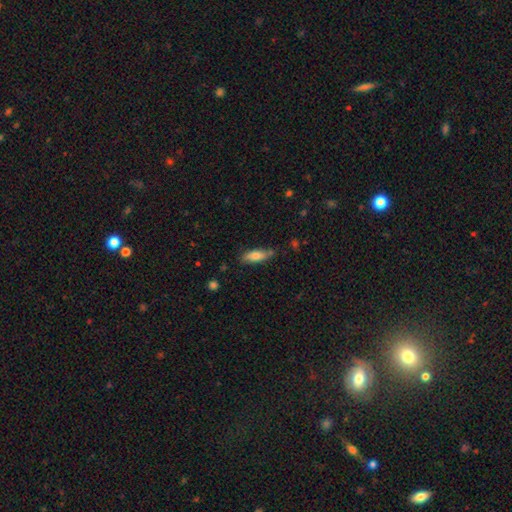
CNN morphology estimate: Smooth or featured? smooth (75%)
How rounded? in between (63%)
Merging? none (71%)